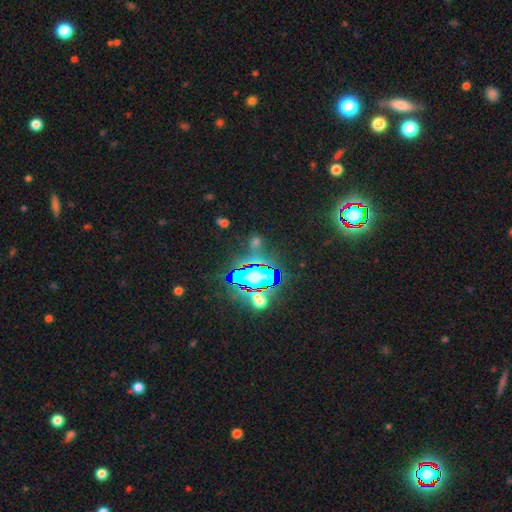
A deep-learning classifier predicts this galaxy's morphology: The model was most divided on "smooth or featured": star or artifact: 82%, smooth: 11%, featured or disk: 8%.